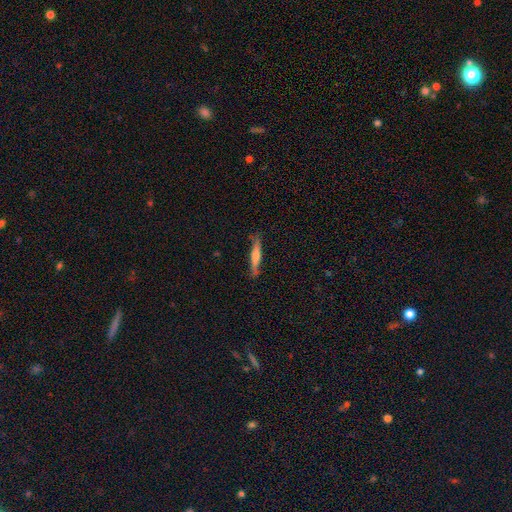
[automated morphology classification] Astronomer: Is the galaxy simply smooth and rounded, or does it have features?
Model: smooth — 53% (runner-up: featured or disk, 41%).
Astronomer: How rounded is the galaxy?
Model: cigar-shaped — 89%.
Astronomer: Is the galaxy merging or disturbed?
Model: none — 79%.